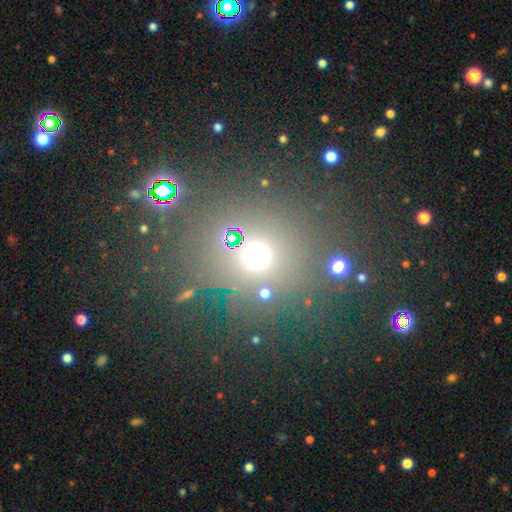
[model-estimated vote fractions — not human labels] smooth 50%, star or artifact 40%, featured or disk 10%. Down the decision tree: merging — none (71%).